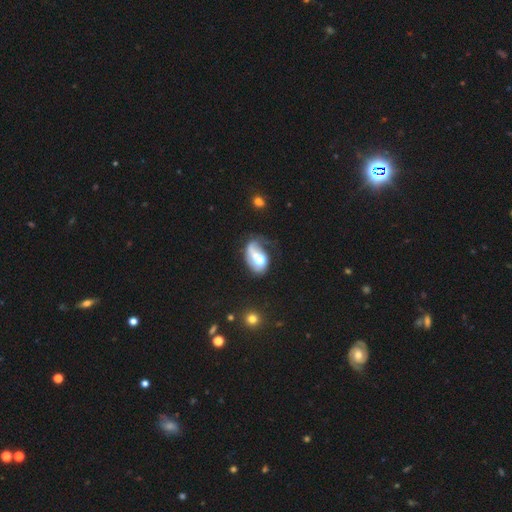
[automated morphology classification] Smooth or featured: featured or disk — 59% (smooth — 32%)
Edge-on disk: no — 96% (yes — 4%)
Bar: no — 66% (weak — 25%)
Spiral arms: yes — 64% (no — 36%)
Bulge size: moderate — 55% (large — 30%)
Merging: major disturbance — 40% (none — 27%)